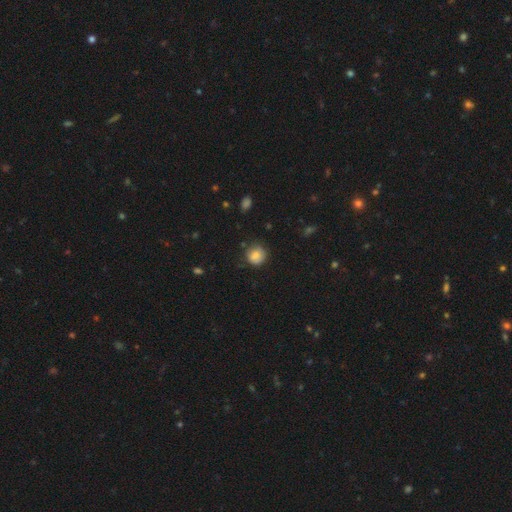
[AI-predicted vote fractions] smooth 80%, featured or disk 10%, star or artifact 9%. Down the decision tree: how rounded — round (89%); merging — none (75%).